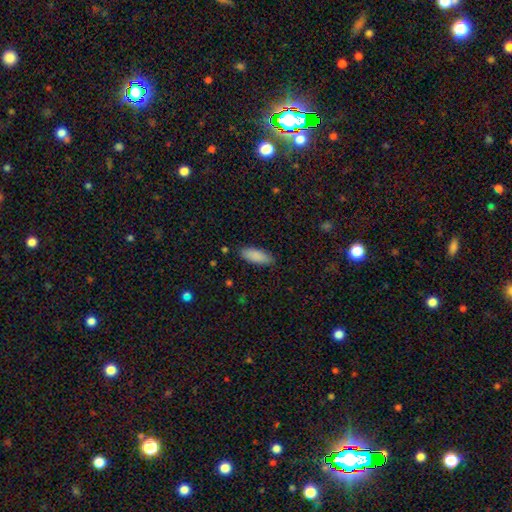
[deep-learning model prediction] Morphology: type=smooth (88%); roundness=in between (76%); merging=none (84%).